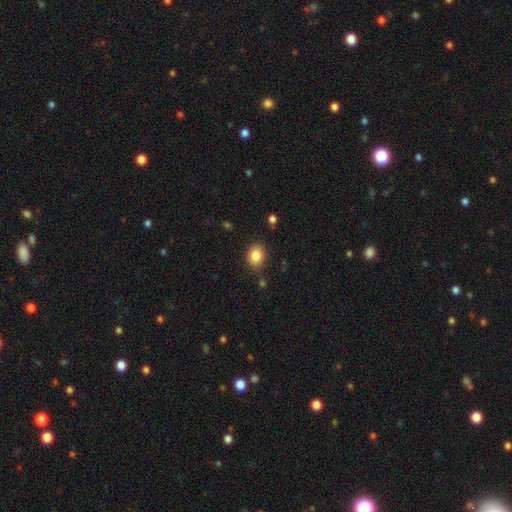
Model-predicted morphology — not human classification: Smooth or featured?
  - smooth: 85% *
  - star or artifact: 9%
  - featured or disk: 6%
How rounded?
  - in between: 59% *
  - round: 40%
  - cigar-shaped: 1%
Merging?
  - none: 83% *
  - minor disturbance: 12%
  - major disturbance: 3%
  - merger: 2%